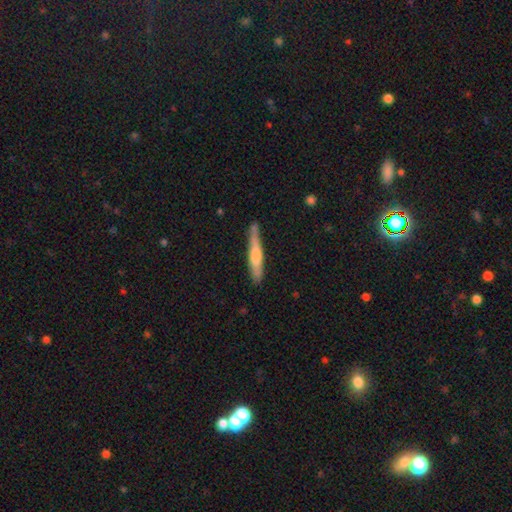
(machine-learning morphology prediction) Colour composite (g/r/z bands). It shows a smooth galaxy with no disk features (49%). Merging: none (78%).